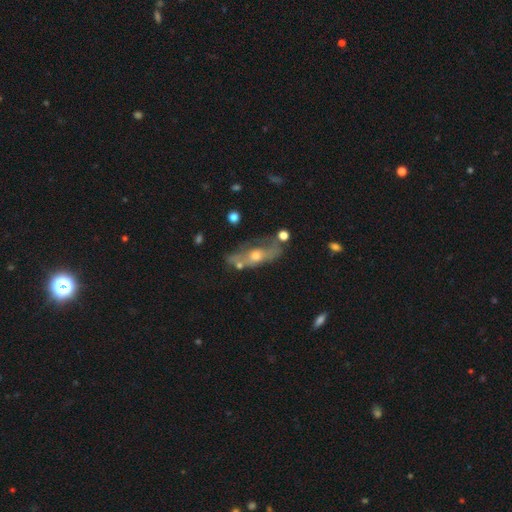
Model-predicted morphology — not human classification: smooth-or-featured: featured or disk: 60% | smooth: 27% | star or artifact: 12%
  disk-edge-on: no: 67% | yes: 33%
  merging: none: 54% | minor disturbance: 20% | merger: 15% | major disturbance: 11%